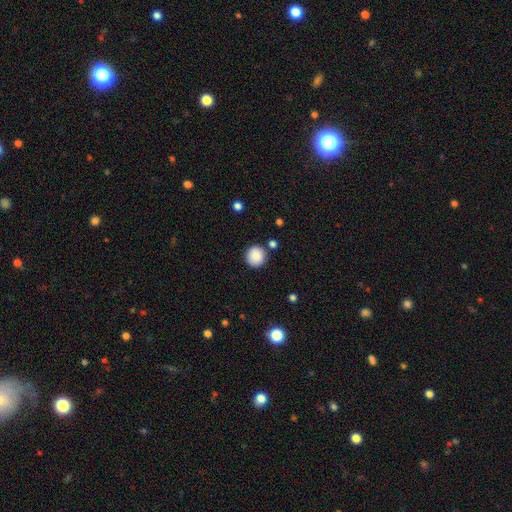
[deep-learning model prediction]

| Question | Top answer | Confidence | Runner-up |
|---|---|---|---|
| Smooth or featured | smooth | 88% | star or artifact (9%) |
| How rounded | round | 93% | in between (6%) |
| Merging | none | 85% | minor disturbance (8%) |